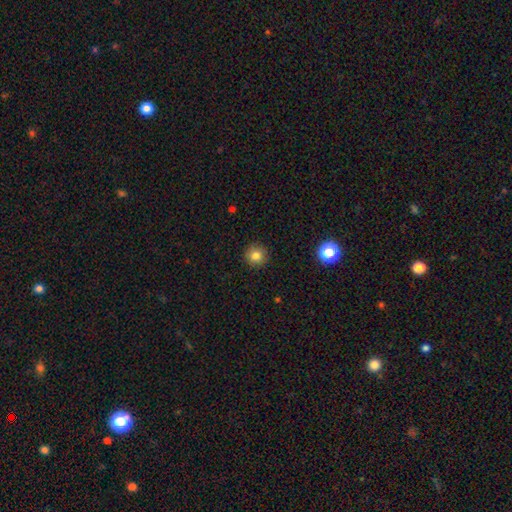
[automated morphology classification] Smooth or featured?
  - smooth: 81% *
  - star or artifact: 12%
  - featured or disk: 7%
How rounded?
  - round: 94% *
  - in between: 5%
  - cigar-shaped: 1%
Merging?
  - none: 91% *
  - minor disturbance: 6%
  - major disturbance: 2%
  - merger: 1%